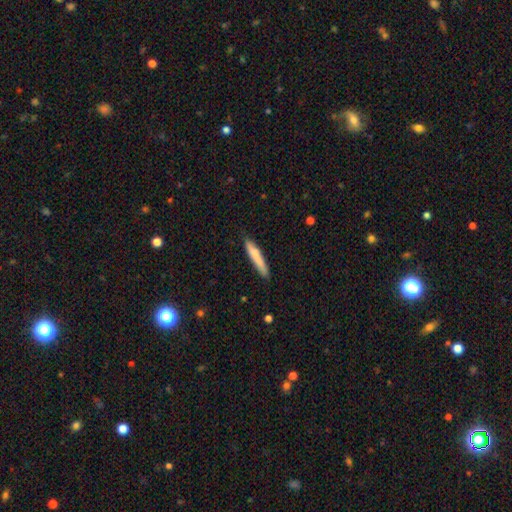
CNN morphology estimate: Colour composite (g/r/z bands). It shows a smooth galaxy with no disk features (78%) that is cigar-shaped (92%). Merging: none (83%).